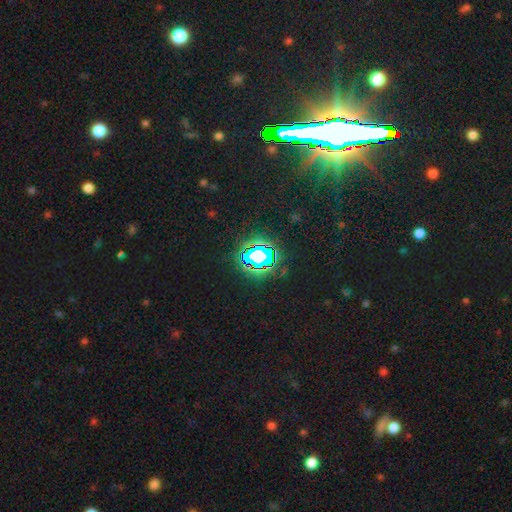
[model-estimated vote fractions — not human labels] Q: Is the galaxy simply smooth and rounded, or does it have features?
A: star or artifact — 74%.